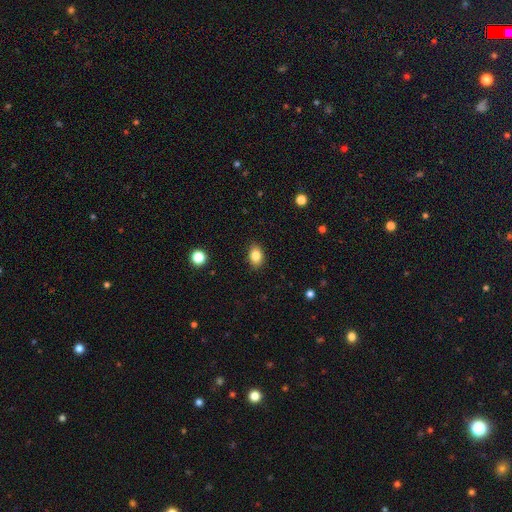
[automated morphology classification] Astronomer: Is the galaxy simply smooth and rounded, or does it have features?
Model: smooth — 84%.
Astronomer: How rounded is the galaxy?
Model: in between — 78%.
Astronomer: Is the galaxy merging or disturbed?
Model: none — 88%.